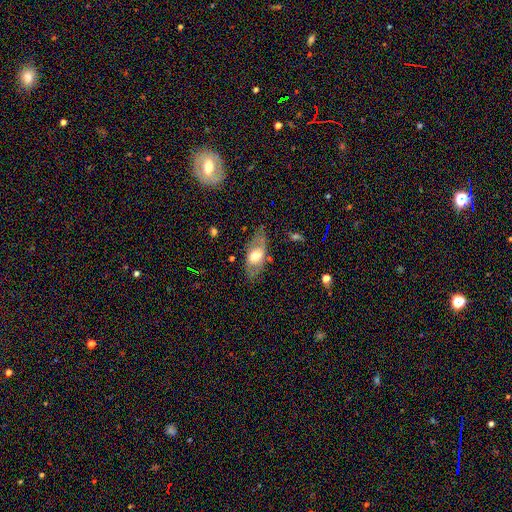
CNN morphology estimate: Q: Smooth or featured?
A: smooth (47%); runner-up: featured or disk (46%)
Q: Merging?
A: none (69%); runner-up: minor disturbance (21%)